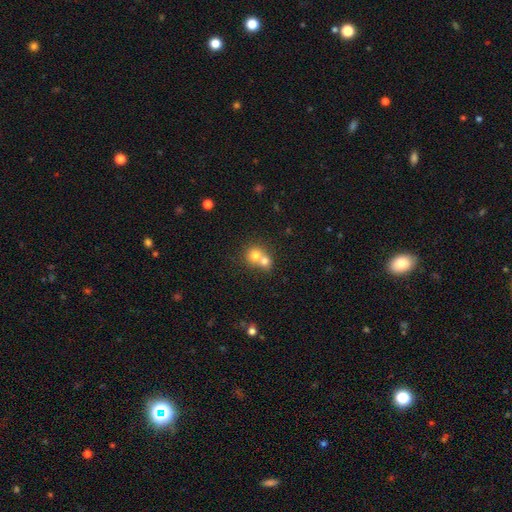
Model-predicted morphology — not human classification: Smooth or featured? Predicted: smooth (p=0.73). How rounded? Predicted: round (p=0.82). Merging? Predicted: merger (p=0.65).